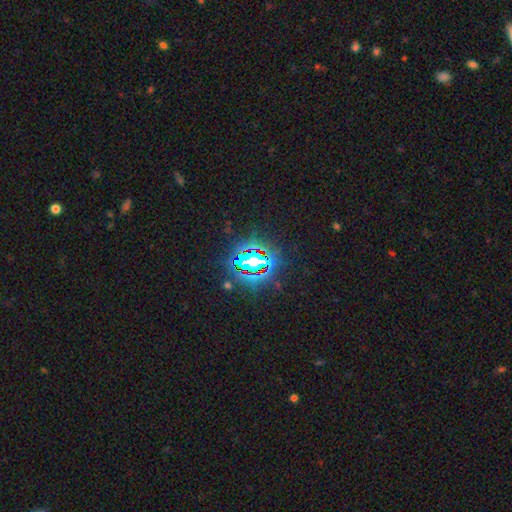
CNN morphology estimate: smooth_or_featured: star or artifact (p=0.82) [alt: smooth p=0.11]